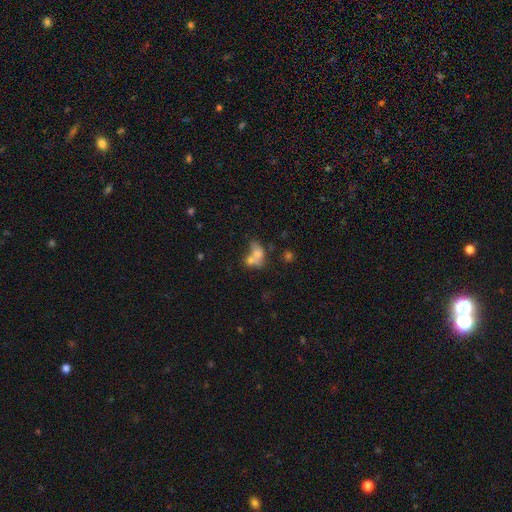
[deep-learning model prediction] Overall: smooth (66%). How rounded: in between (70%). Merging: merger (63%).